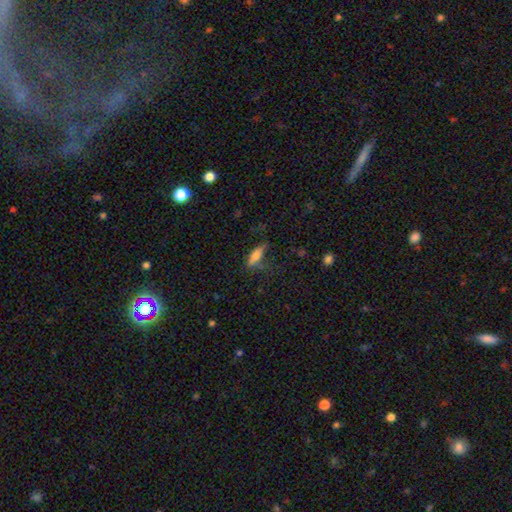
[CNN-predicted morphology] This is likely a smooth galaxy (72%). How rounded: possibly in between (53%). Merging: possibly none (54%).